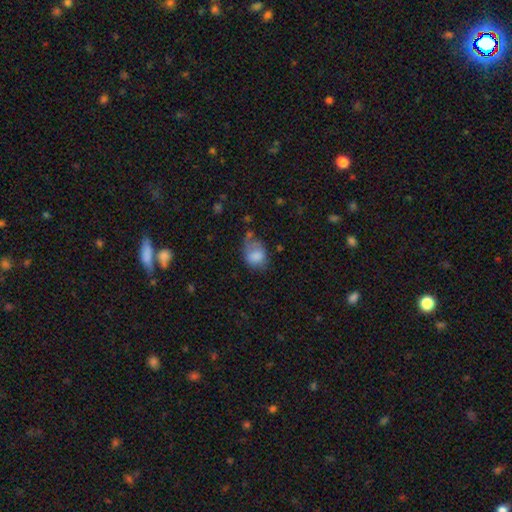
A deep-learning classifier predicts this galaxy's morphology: A smooth galaxy with no disk features (77%) that is in between round and cigar-shaped (62%). Merging: minor disturbance (35%, tied with none).